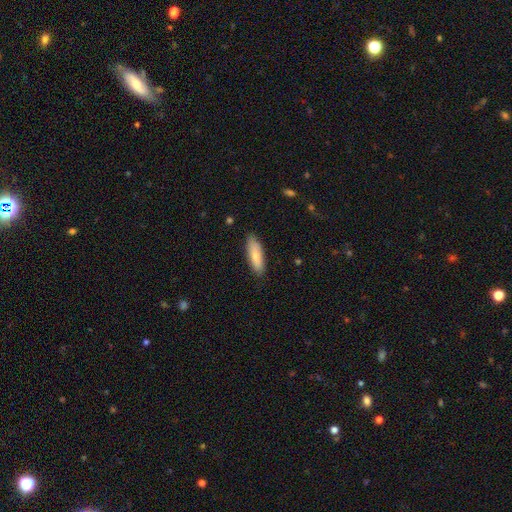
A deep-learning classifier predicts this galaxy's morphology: A smooth galaxy with no disk features (76%) that is in between round and cigar-shaped (49%, tied with cigar-shaped). Merging: none (84%).